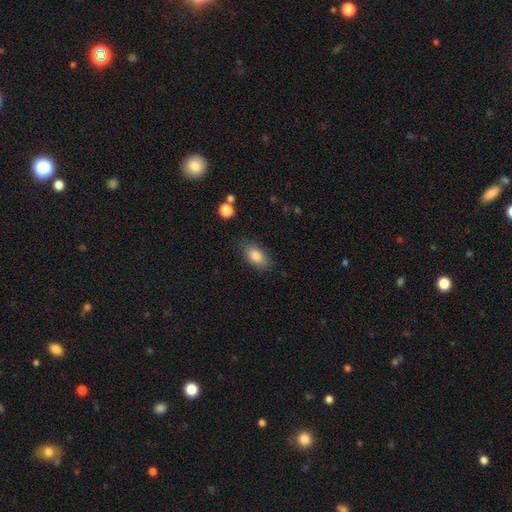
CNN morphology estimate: This is clearly a smooth galaxy (85%). How rounded: clearly in between (90%). Merging: clearly none (81%).